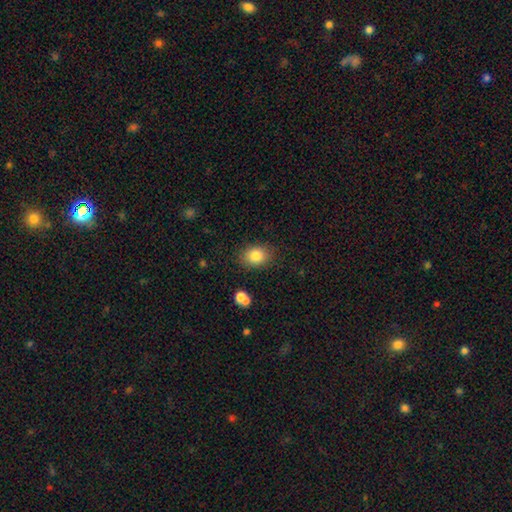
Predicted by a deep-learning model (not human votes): Overall: smooth (83%). How rounded: in between (57%; round 42%). Merging: none (83%).